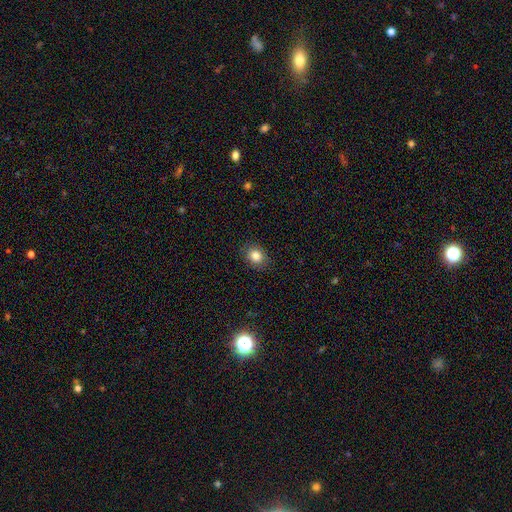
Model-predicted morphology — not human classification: smooth_or_featured: smooth (p=0.83) [alt: star or artifact p=0.10]
how_rounded: round (p=0.55) [alt: in between p=0.44]
merging: none (p=0.86) [alt: minor disturbance p=0.11]